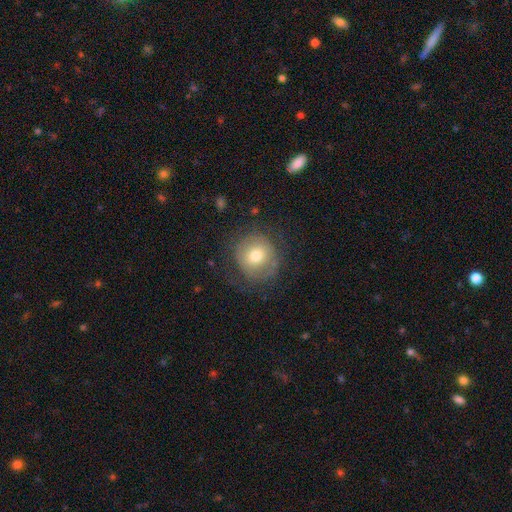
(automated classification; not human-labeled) Smooth or featured: smooth — 61% (featured or disk — 30%)
How rounded: round — 89% (in between — 10%)
Merging: none — 69% (minor disturbance — 18%)